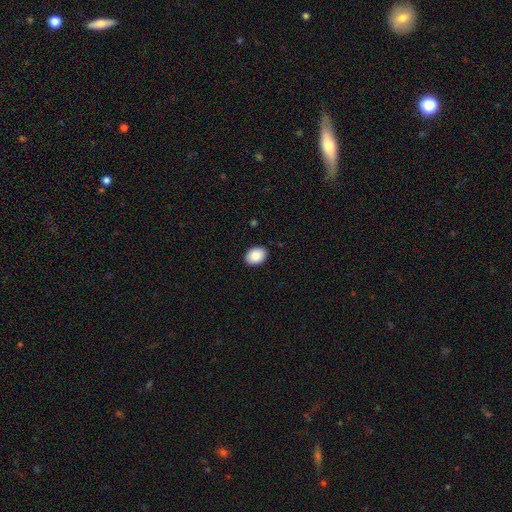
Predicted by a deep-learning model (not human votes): A smooth galaxy with no disk features (89%) that is in between round and cigar-shaped (74%). Merging: none (90%).